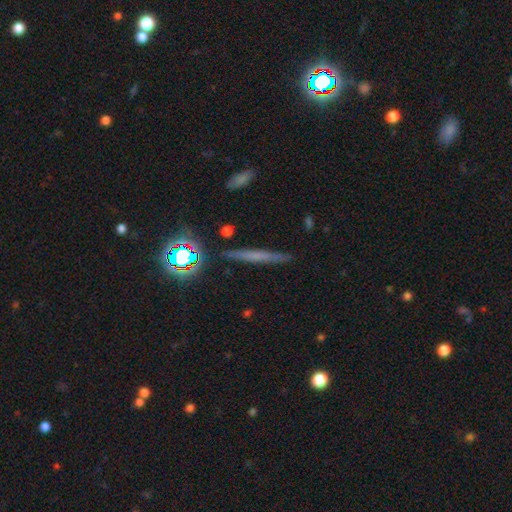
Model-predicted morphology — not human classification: Smooth or featured: smooth — 40% (featured or disk — 39%)
Merging: none — 88% (minor disturbance — 8%)